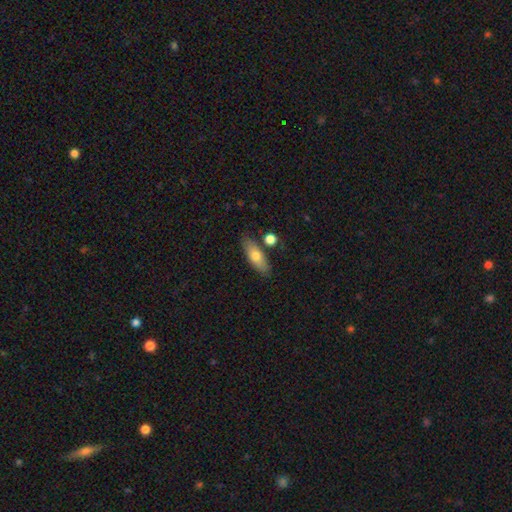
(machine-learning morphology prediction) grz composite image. It shows a smooth galaxy with no disk features (71%) that is in between round and cigar-shaped (64%). Merging: none (78%).